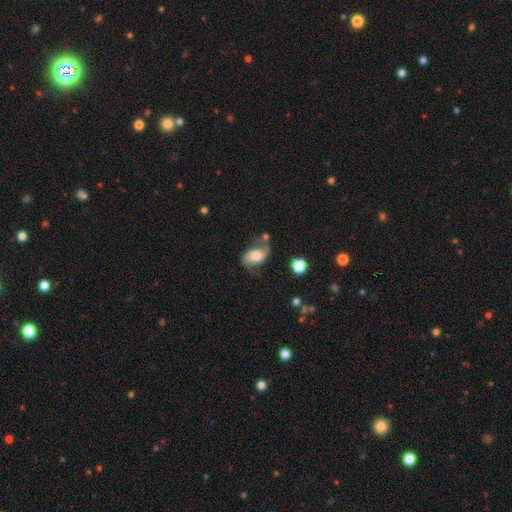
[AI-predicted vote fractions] Smooth or featured: smooth — 52% (featured or disk — 39%)
How rounded: in between — 87% (round — 11%)
Merging: none — 47% (minor disturbance — 26%)